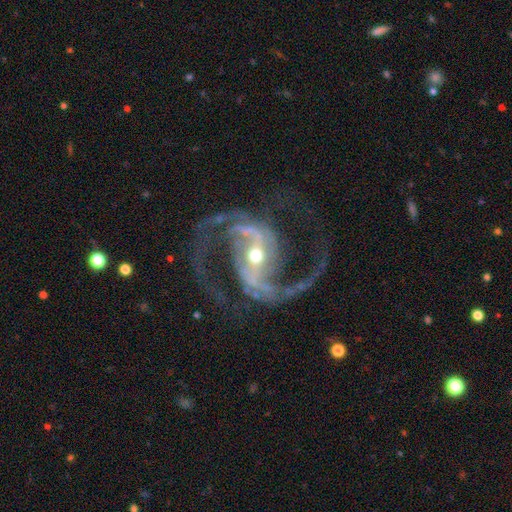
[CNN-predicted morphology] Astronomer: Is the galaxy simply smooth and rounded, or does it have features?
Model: featured or disk — 93%.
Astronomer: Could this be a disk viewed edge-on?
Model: no — 98%.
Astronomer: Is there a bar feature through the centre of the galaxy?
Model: strong — 58%.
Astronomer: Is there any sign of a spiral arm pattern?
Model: yes — 98%.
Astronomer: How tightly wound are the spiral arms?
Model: medium — 56% (runner-up: loose, 34%).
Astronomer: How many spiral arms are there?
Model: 2 — 92%.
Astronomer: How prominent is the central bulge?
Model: moderate — 59% (runner-up: small, 36%).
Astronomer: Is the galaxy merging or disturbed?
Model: none — 76%.